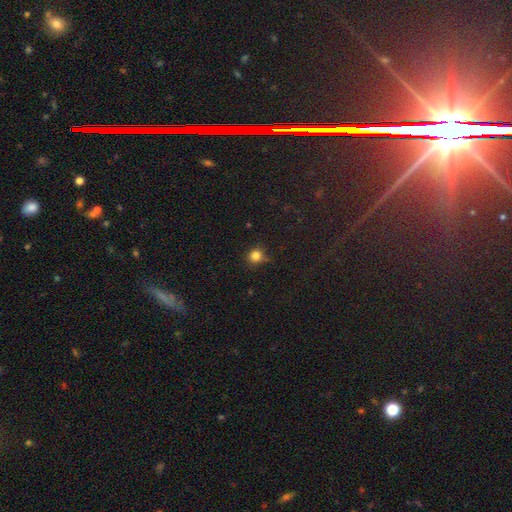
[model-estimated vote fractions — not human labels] Smooth or featured? smooth (80%)
How rounded? round (89%)
Merging? none (71%)